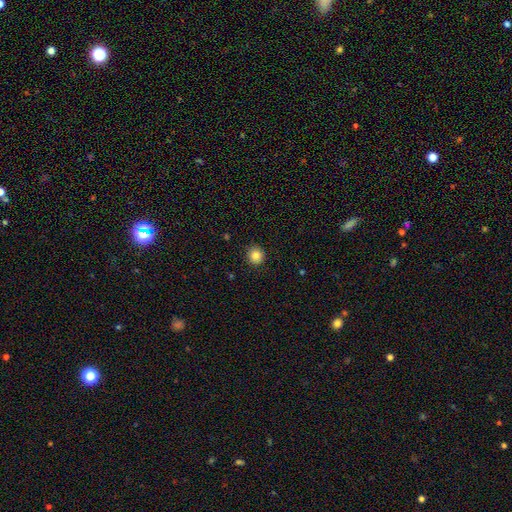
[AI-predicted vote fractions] Q: Smooth or featured?
A: smooth (85%); runner-up: star or artifact (10%)
Q: How rounded?
A: round (91%); runner-up: in between (8%)
Q: Merging?
A: none (91%); runner-up: minor disturbance (6%)